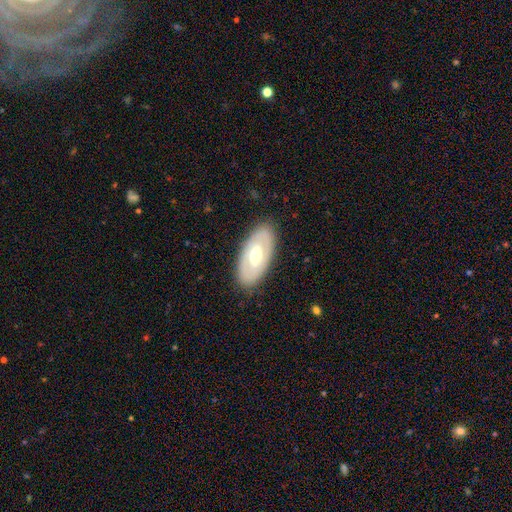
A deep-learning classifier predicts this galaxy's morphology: Smooth or featured: featured or disk — 55% (smooth — 40%)
Edge-on disk: no — 85% (yes — 15%)
Merging: none — 85% (minor disturbance — 10%)